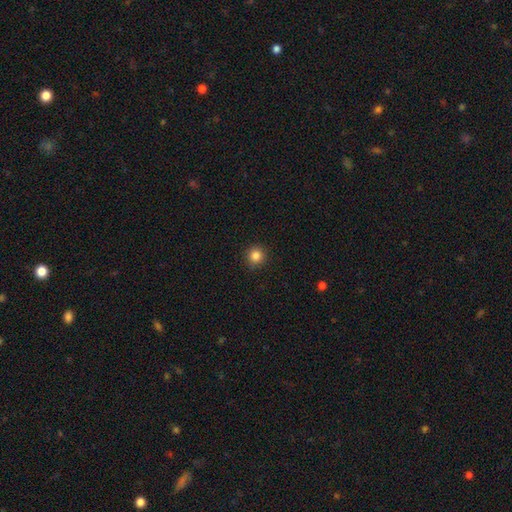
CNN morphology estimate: A smooth galaxy with no disk features (84%) that is round (94%).

Vote fractions:
- Smooth or featured? smooth: 84% / star or artifact: 12% / featured or disk: 4%
- How rounded? round: 94% / in between: 5% / cigar-shaped: 1%
- Merging? none: 91% / minor disturbance: 6% / major disturbance: 2% / merger: 1%